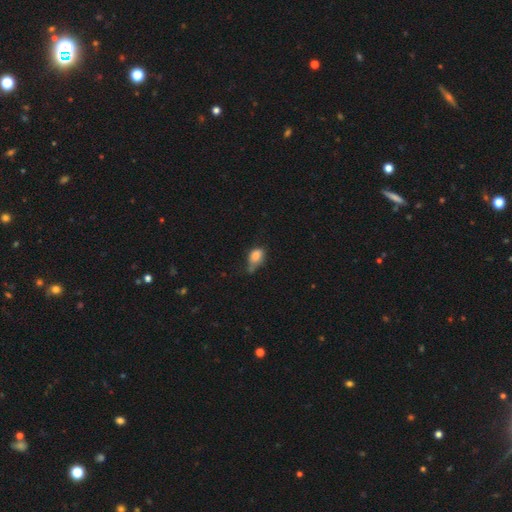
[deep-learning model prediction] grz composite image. It shows a smooth galaxy with no disk features (79%) that is in between round and cigar-shaped (73%). Merging: minor disturbance (42%).